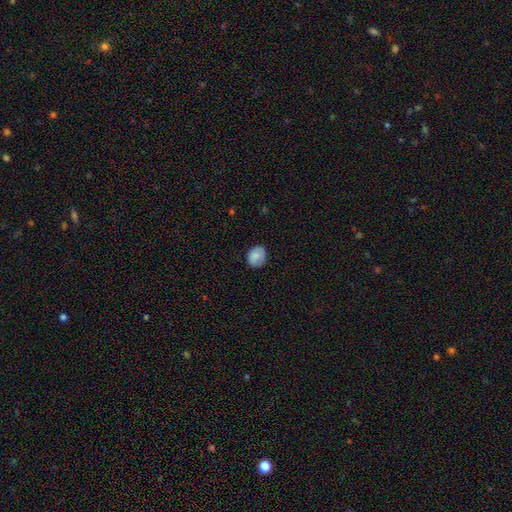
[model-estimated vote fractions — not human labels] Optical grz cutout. It shows a smooth galaxy with no disk features (80%) that is round (62%). Merging: none (78%).